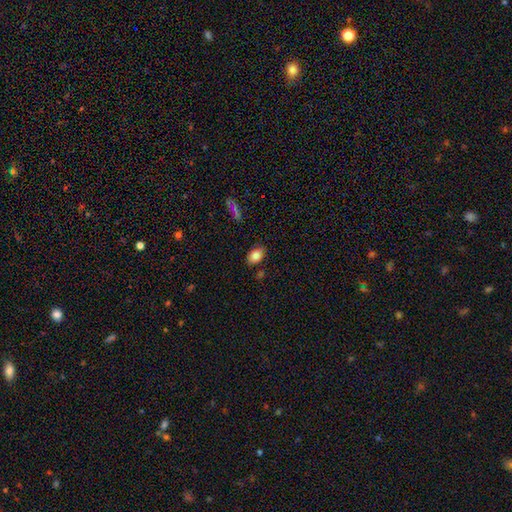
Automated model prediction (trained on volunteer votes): Smooth or featured: smooth — 85% (star or artifact — 8%)
How rounded: in between — 83% (round — 15%)
Merging: none — 80% (minor disturbance — 14%)